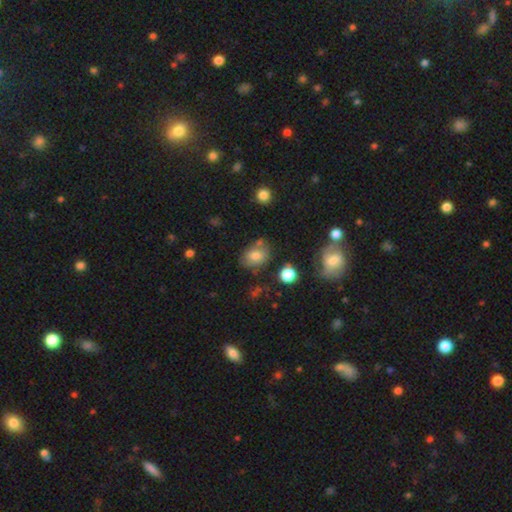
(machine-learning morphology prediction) This appears to be a smooth galaxy with no disk features (74%) that is in between round and cigar-shaped (63%). Merging: none (63%).